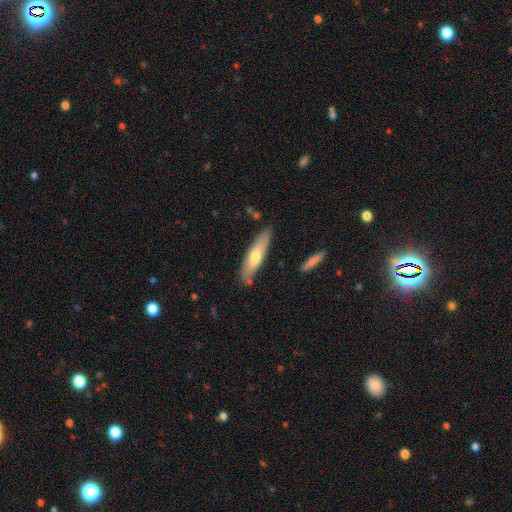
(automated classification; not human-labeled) Q: Smooth or featured?
A: smooth (59%); runner-up: featured or disk (35%)
Q: How rounded?
A: cigar-shaped (68%); runner-up: in between (30%)
Q: Merging?
A: none (80%); runner-up: minor disturbance (14%)